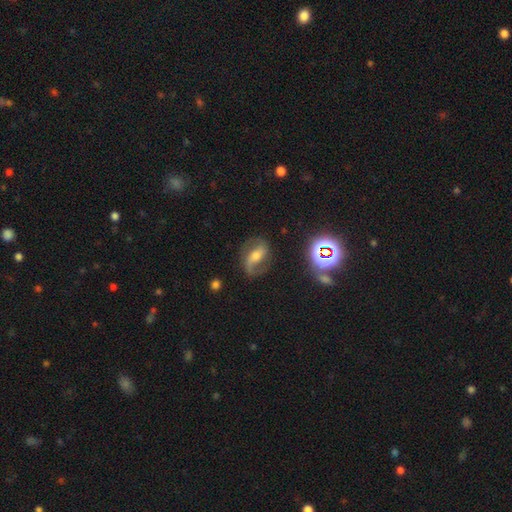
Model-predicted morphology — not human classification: A featured or disk galaxy (72%) with a strong bar (39%), 2 (84%) medium (45%) spiral arms (92%) and a moderate central bulge (54%). Merging: none (73%).